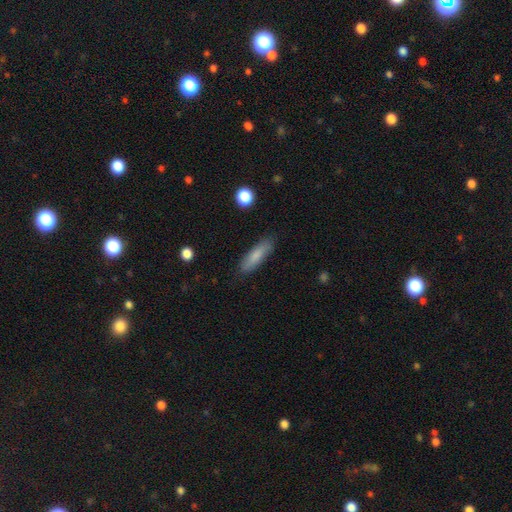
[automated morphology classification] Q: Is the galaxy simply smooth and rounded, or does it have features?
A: smooth — 81%.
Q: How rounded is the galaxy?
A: cigar-shaped — 60%.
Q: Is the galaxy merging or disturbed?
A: none — 85%.